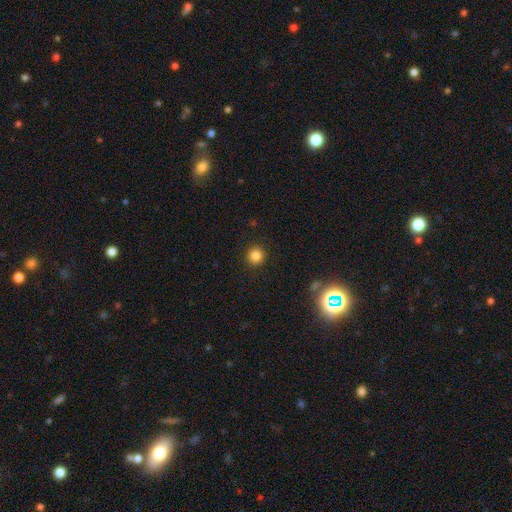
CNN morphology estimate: smooth_or_featured: smooth (p=0.83) [alt: star or artifact p=0.13]
how_rounded: round (p=0.94) [alt: in between p=0.05]
merging: none (p=0.92) [alt: minor disturbance p=0.05]